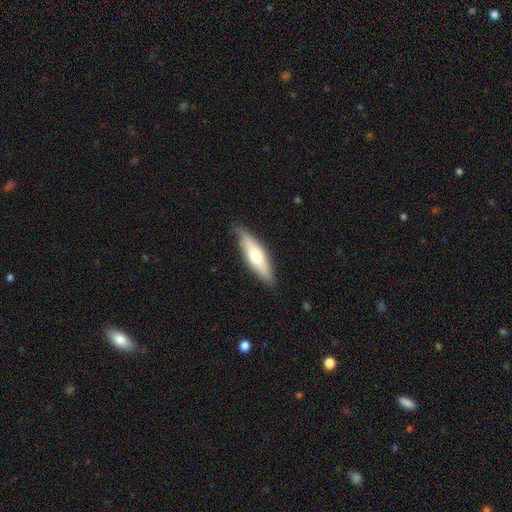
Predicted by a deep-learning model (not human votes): Morphology: type=smooth (53%); roundness=cigar-shaped (60%); merging=none (81%).